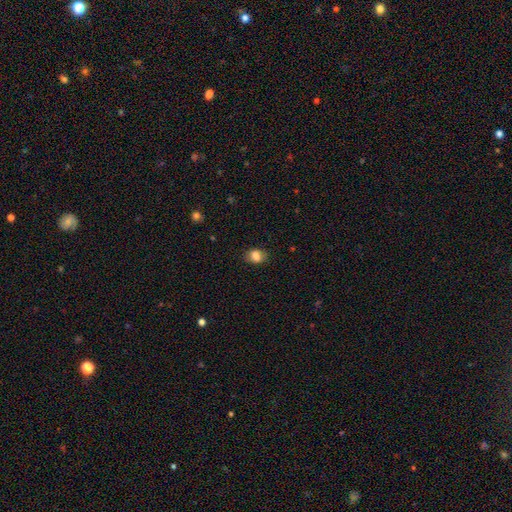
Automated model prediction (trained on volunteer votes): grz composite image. It shows a smooth galaxy with no disk features (82%) that is in between round and cigar-shaped (65%). Merging: none (78%).